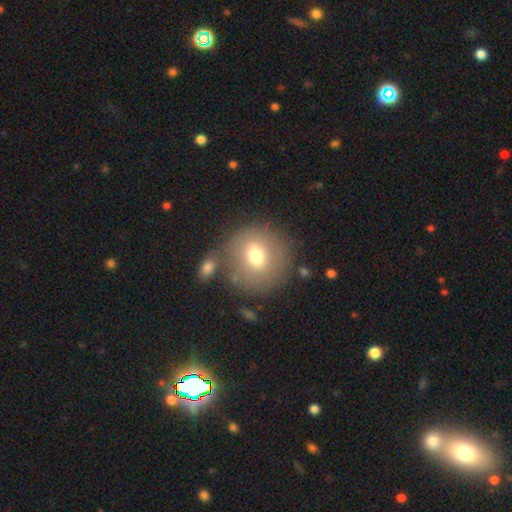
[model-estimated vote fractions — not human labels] The model was most divided on "smooth or featured": smooth: 66%, featured or disk: 24%, star or artifact: 10%. More confident: how rounded — round (89%); merging — none (70%).